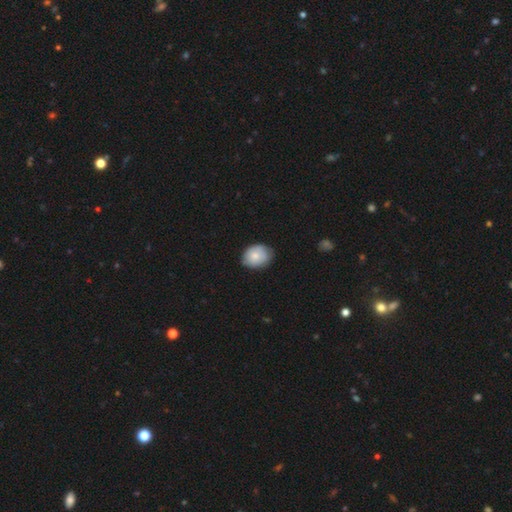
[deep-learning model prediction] smooth_or_featured: smooth (p=0.76) [alt: featured or disk p=0.18]
how_rounded: in between (p=0.55) [alt: round p=0.44]
merging: none (p=0.71) [alt: minor disturbance p=0.24]